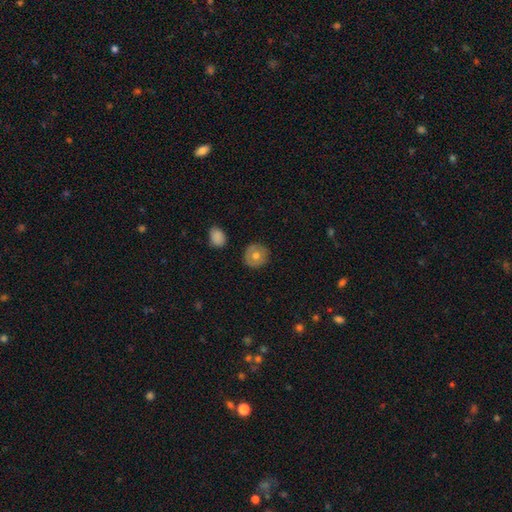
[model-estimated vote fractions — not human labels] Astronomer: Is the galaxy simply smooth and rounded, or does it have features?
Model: smooth — 66%.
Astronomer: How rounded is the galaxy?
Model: round — 92%.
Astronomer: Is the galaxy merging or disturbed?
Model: none — 87%.